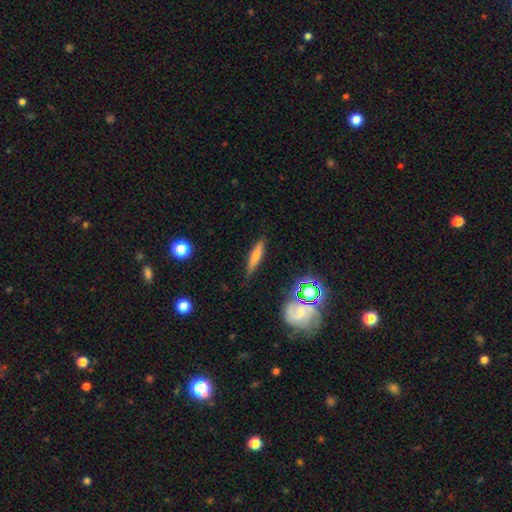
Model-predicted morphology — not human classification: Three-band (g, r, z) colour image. It shows a smooth galaxy with no disk features (65%) that is cigar-shaped (83%). Merging: none (79%).